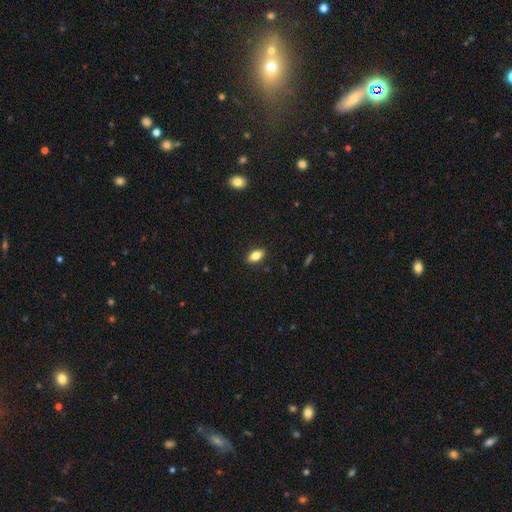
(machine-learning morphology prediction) A smooth galaxy with no disk features (78%) that is in between round and cigar-shaped (88%).

Vote fractions:
- Smooth or featured? smooth: 78% / featured or disk: 14% / star or artifact: 8%
- How rounded? in between: 88% / cigar-shaped: 7% / round: 5%
- Merging? none: 88% / minor disturbance: 9% / major disturbance: 2% / merger: 1%